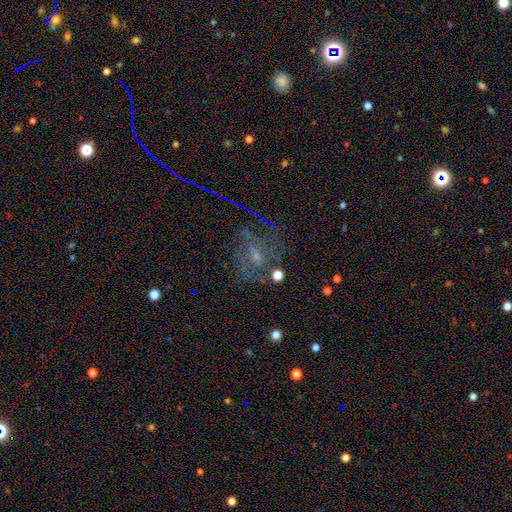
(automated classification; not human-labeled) This appears to be a featured or disk galaxy (64%) with a weak bar (47%), medium (44%) spiral arms (84%) and a small central bulge (56%). Merging: none (61%).